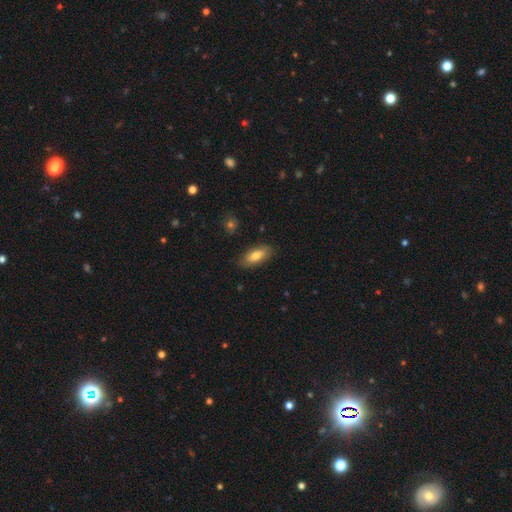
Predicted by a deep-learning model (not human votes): This is likely a smooth galaxy (75%). How rounded: clearly in between (85%). Merging: clearly none (84%).